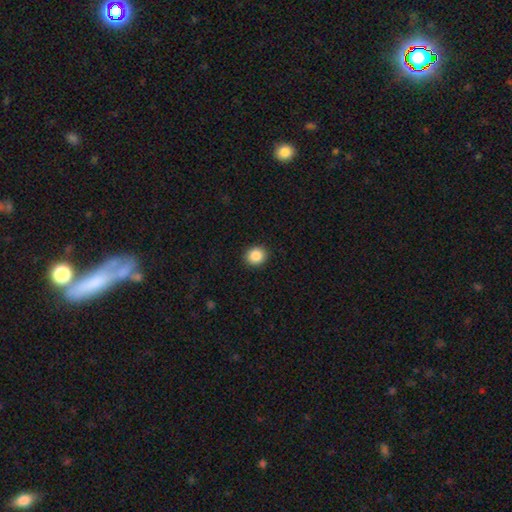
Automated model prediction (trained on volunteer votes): A smooth galaxy with no disk features (87%) that is round (82%).

Vote fractions:
- Smooth or featured? smooth: 87% / star or artifact: 9% / featured or disk: 4%
- How rounded? round: 82% / in between: 17% / cigar-shaped: 1%
- Merging? none: 92% / minor disturbance: 6% / major disturbance: 2% / merger: 1%